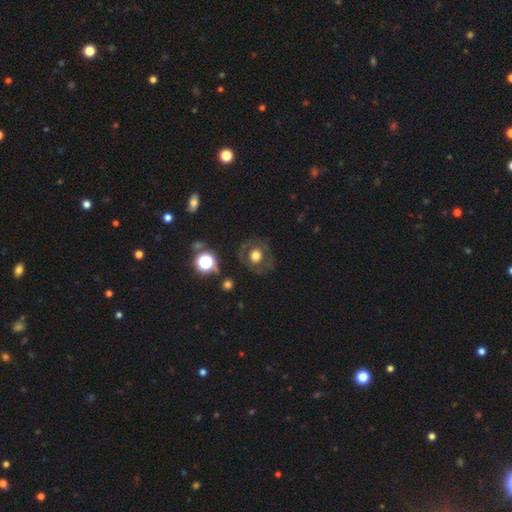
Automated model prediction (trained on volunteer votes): Smooth or featured? smooth (52%)
How rounded? round (80%)
Merging? none (78%)